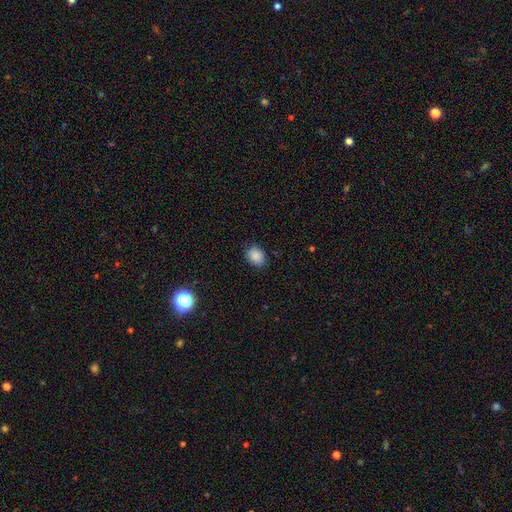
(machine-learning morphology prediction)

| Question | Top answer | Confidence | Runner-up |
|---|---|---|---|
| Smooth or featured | smooth | 87% | star or artifact (10%) |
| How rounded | in between | 52% | round (48%) |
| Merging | none | 84% | minor disturbance (13%) |